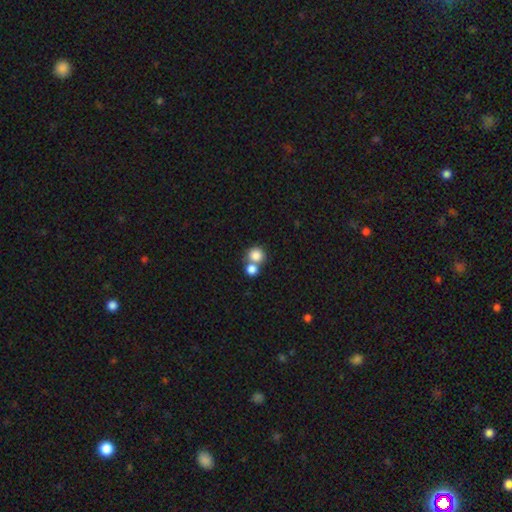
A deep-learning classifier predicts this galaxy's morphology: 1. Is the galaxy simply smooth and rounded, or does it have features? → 83% smooth, 10% star or artifact, 7% featured or disk.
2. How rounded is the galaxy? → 87% round, 12% in between, 1% cigar-shaped.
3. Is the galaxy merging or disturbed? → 45% none (tied), 45% merger (tied), 6% minor disturbance, 3% major disturbance.